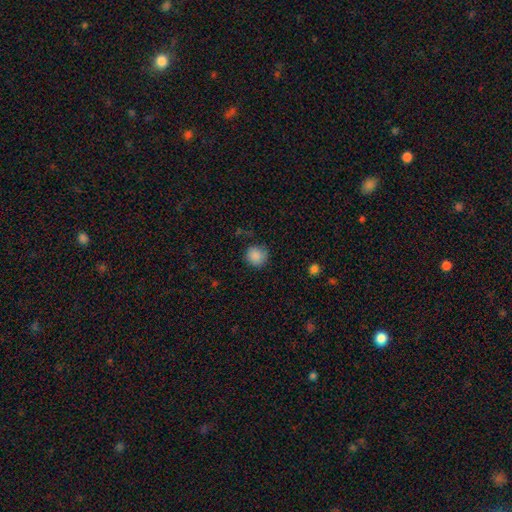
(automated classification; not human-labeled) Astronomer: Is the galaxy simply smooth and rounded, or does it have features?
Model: smooth — 87%.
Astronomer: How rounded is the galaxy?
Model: round — 91%.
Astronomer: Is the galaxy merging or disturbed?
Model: none — 79%.